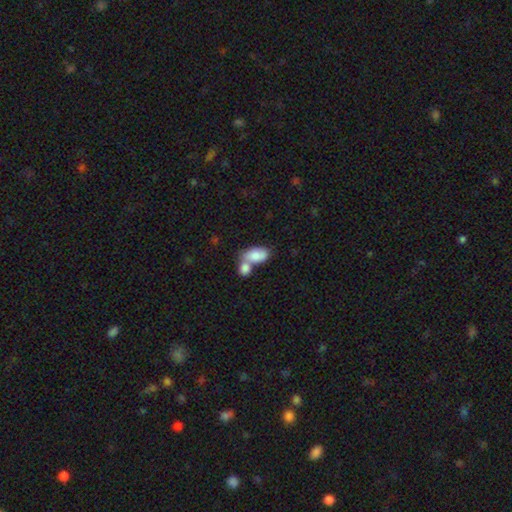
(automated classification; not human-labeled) Q: Smooth or featured?
A: smooth (80%); runner-up: featured or disk (14%)
Q: How rounded?
A: in between (90%); runner-up: round (7%)
Q: Merging?
A: merger (64%); runner-up: none (23%)